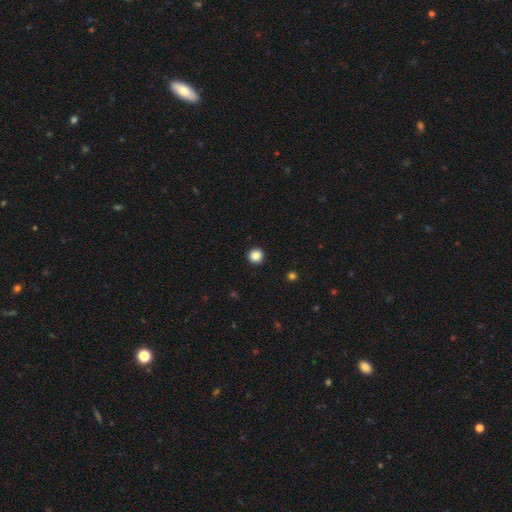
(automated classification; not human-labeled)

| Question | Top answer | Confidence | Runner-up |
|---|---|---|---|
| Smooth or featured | smooth | 87% | star or artifact (10%) |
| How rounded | round | 96% | in between (3%) |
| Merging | none | 93% | minor disturbance (4%) |